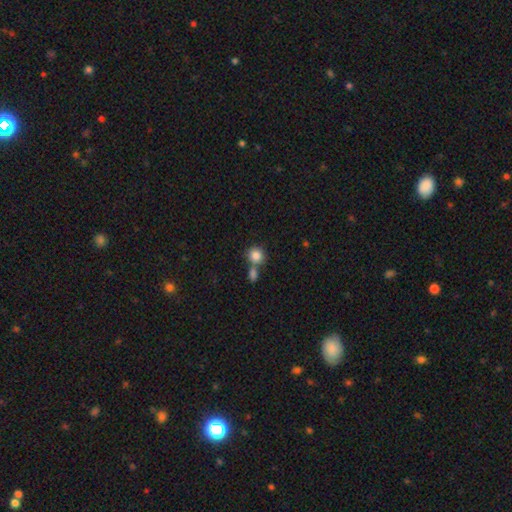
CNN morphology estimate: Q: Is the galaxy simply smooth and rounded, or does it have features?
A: smooth — 84%.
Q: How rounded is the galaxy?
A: round — 84%.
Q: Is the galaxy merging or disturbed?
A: none — 50%.